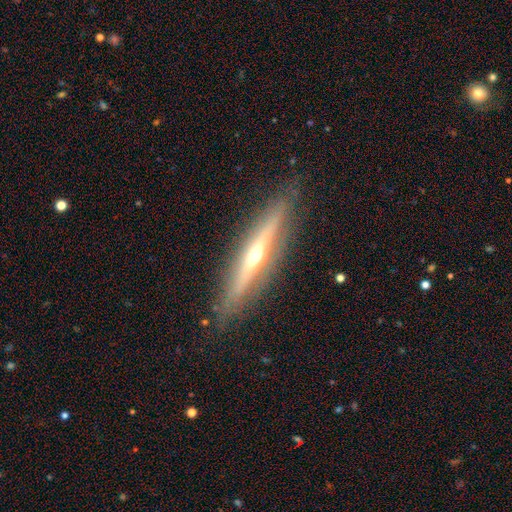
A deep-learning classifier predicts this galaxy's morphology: The model was most divided on "smooth or featured": featured or disk: 75%, smooth: 18%, star or artifact: 7%. More confident: edge-on disk — yes (94%); merging — none (87%); edge-on bulge — rounded (85%).